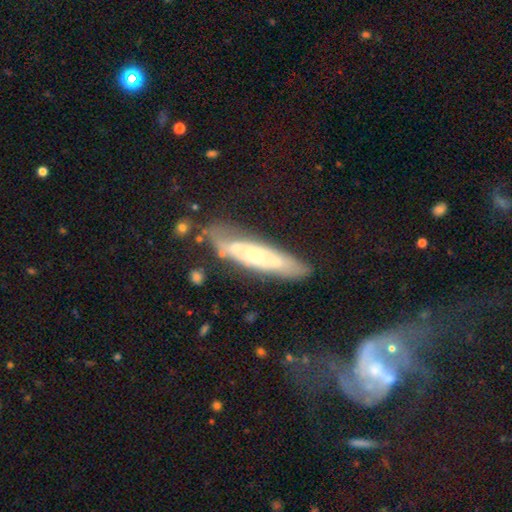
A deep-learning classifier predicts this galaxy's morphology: featured or disk 68%, smooth 26%, star or artifact 7%. Down the decision tree: edge-on disk — no (63%); merging — none (64%).